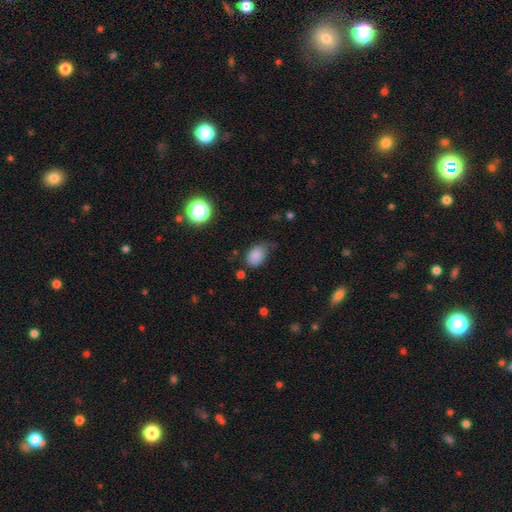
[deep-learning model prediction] The model was most divided on "merging": none: 56%, minor disturbance: 32%, major disturbance: 8%, merger: 3%. More confident: smooth or featured — smooth (84%); how rounded — in between (80%).